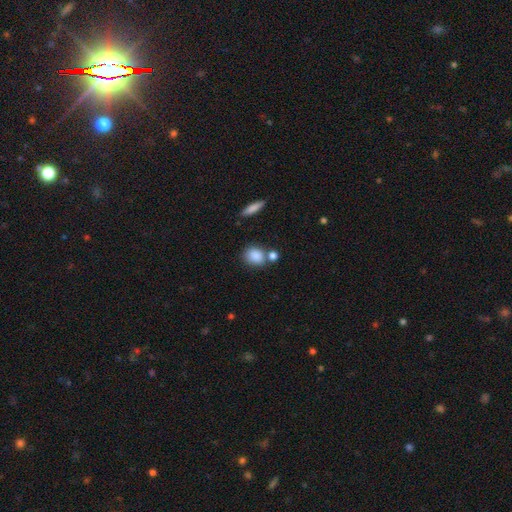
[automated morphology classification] Q: Smooth or featured?
A: smooth (85%); runner-up: star or artifact (9%)
Q: How rounded?
A: round (52%); runner-up: in between (46%)
Q: Merging?
A: none (59%); runner-up: merger (23%)